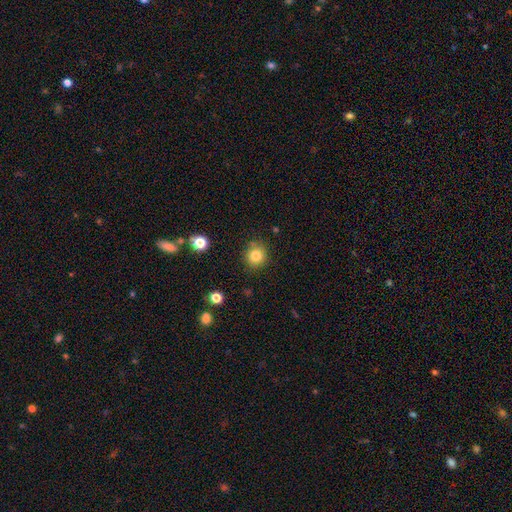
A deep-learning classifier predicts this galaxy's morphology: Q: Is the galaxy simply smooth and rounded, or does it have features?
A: smooth — 83%.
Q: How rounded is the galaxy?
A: round — 87%.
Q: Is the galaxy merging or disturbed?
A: none — 84%.